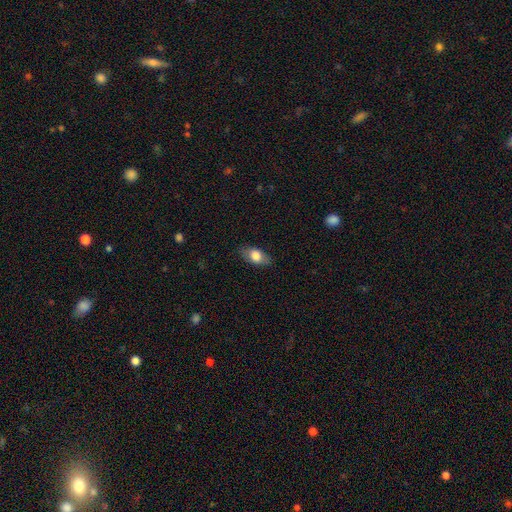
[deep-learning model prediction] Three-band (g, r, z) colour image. It shows a smooth galaxy with no disk features (76%) that is in between round and cigar-shaped (86%). Merging: none (82%).